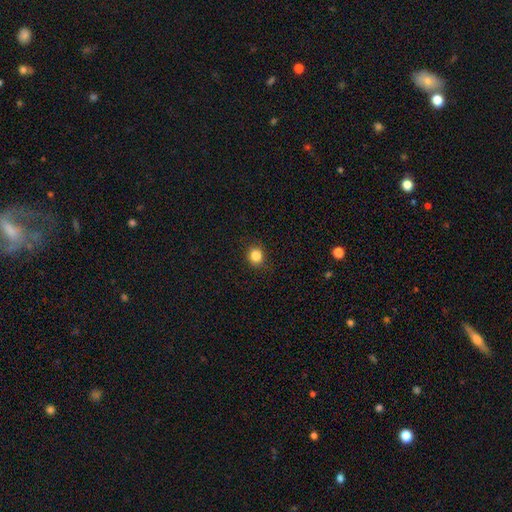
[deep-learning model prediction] smooth 84%, star or artifact 11%, featured or disk 4%. Down the decision tree: how rounded — round (80%); merging — none (88%).